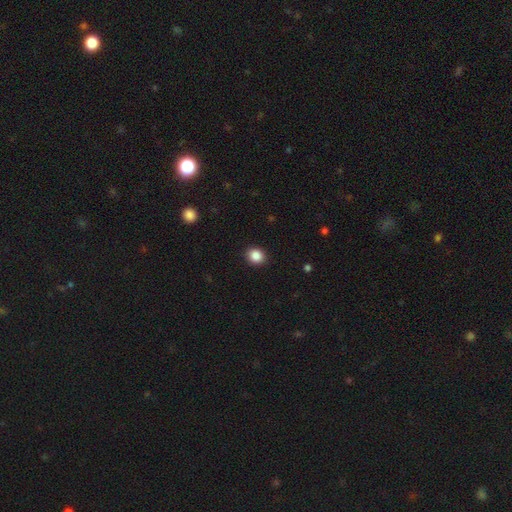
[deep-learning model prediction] A smooth galaxy with no disk features (87%) that is round (75%).

Vote fractions:
- Smooth or featured? smooth: 87% / star or artifact: 10% / featured or disk: 3%
- How rounded? round: 75% / in between: 24% / cigar-shaped: 1%
- Merging? none: 91% / minor disturbance: 6% / major disturbance: 2% / merger: 1%